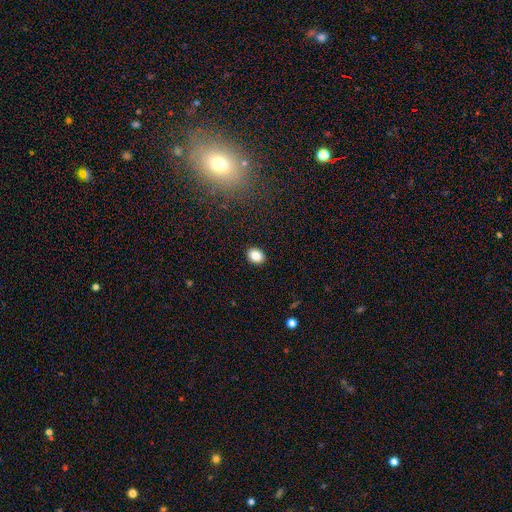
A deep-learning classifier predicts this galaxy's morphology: This appears to be a smooth galaxy with no disk features (87%) that is in between round and cigar-shaped (62%). Merging: none (91%).